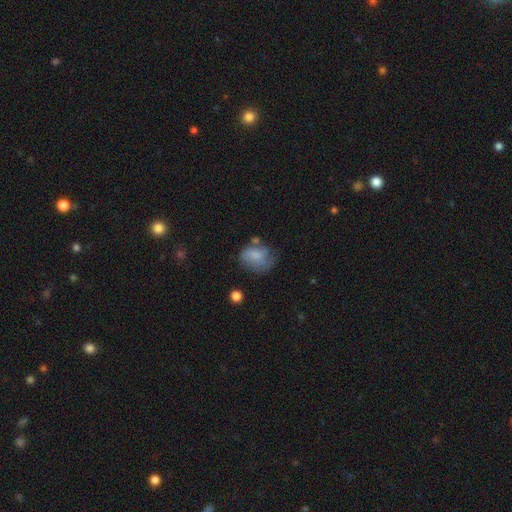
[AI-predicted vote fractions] Morphology: type=smooth (68%); roundness=in between (60%); merging=none (42%).